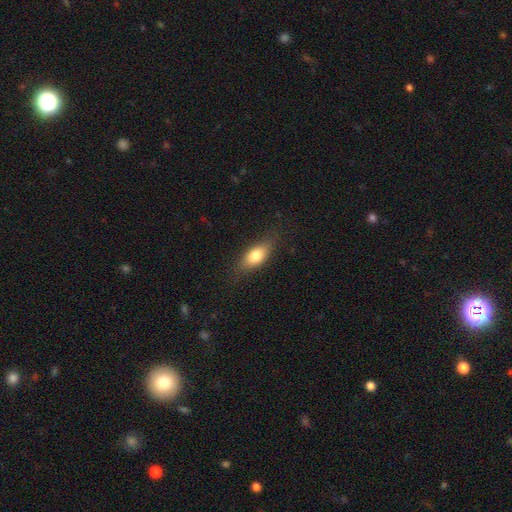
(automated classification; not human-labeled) smooth-or-featured: smooth: 73% | featured or disk: 19% | star or artifact: 8%
  how-rounded: in between: 78% | cigar-shaped: 15% | round: 7%
  merging: none: 80% | minor disturbance: 15% | major disturbance: 4% | merger: 1%